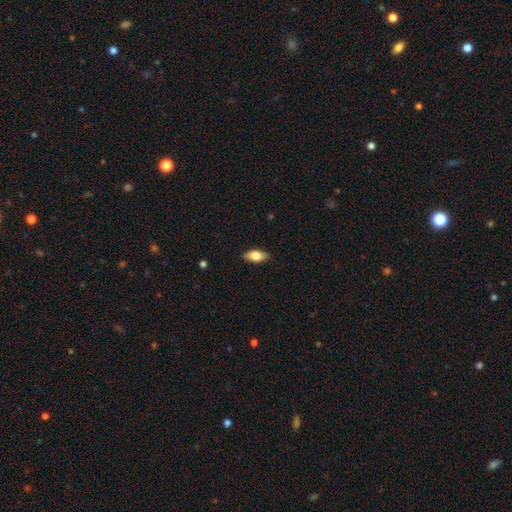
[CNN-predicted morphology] type=smooth (79%); roundness=in between (89%); merging=none (87%).